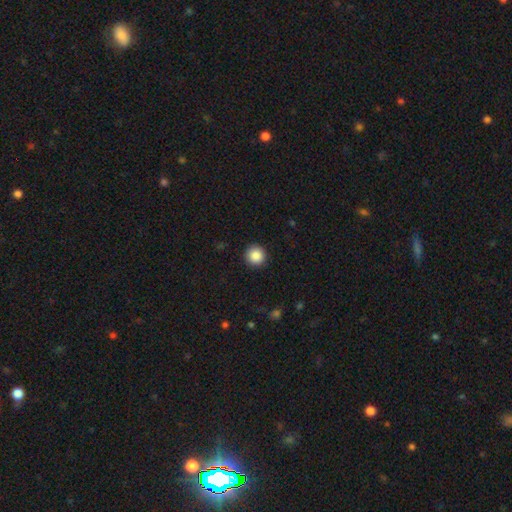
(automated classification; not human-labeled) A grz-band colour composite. It shows a smooth galaxy with no disk features (88%) that is round (95%). Merging: none (92%).